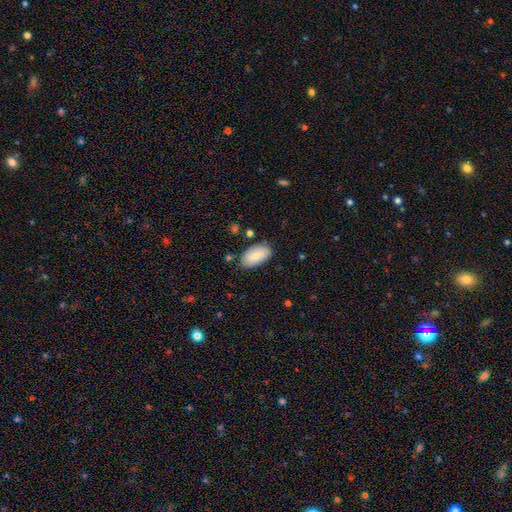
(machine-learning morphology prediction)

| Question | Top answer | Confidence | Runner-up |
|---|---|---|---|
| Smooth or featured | smooth | 85% | featured or disk (9%) |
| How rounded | in between | 95% | round (2%) |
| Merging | none | 81% | minor disturbance (13%) |